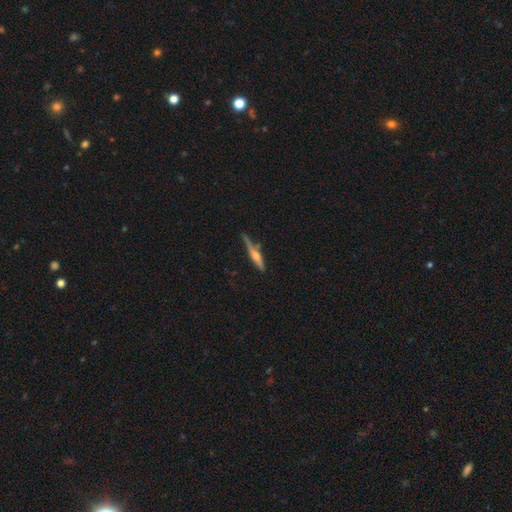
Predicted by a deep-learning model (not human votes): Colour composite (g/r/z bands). It shows a featured or disk galaxy (69%) viewed edge-on (96%) with a rounded central bulge (86%). Merging: none (72%).